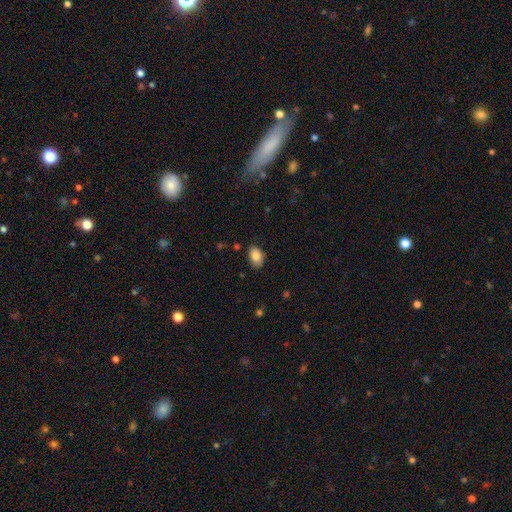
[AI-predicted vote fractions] Smooth or featured?
  - smooth: 86% *
  - star or artifact: 8%
  - featured or disk: 7%
How rounded?
  - in between: 88% *
  - round: 11%
  - cigar-shaped: 1%
Merging?
  - none: 82% *
  - minor disturbance: 14%
  - major disturbance: 3%
  - merger: 1%